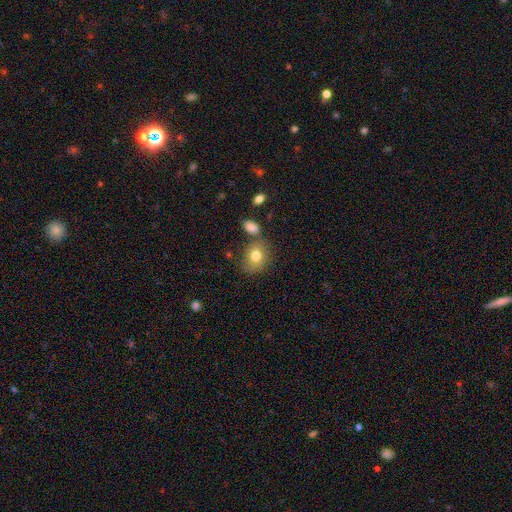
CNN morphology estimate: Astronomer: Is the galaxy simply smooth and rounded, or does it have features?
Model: smooth — 78%.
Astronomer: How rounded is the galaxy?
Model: round — 54% (runner-up: in between, 45%).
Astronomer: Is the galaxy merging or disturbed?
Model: none — 64%.